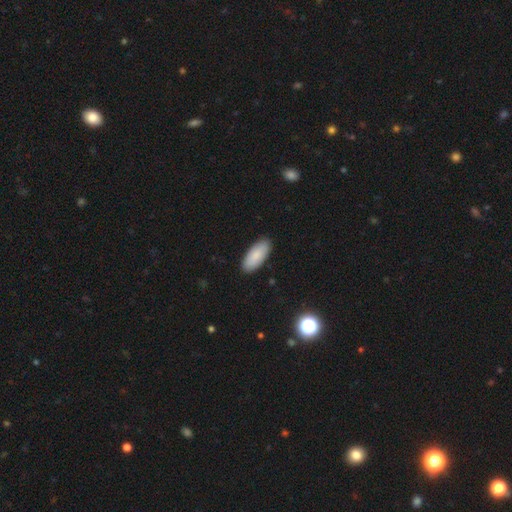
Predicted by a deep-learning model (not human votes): smooth_or_featured: smooth (p=0.87) [alt: featured or disk p=0.07]
how_rounded: in between (p=0.88) [alt: cigar-shaped p=0.10]
merging: none (p=0.89) [alt: minor disturbance p=0.08]